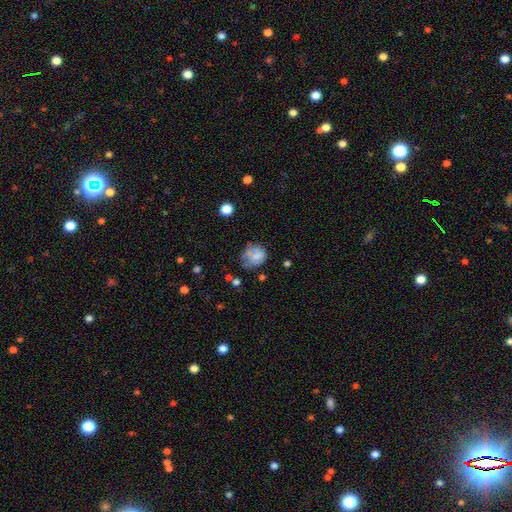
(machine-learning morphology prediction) The model was most divided on "merging": none: 44%, minor disturbance: 30%, major disturbance: 18%, merger: 8%. More confident: smooth or featured — smooth (68%); how rounded — round (64%).